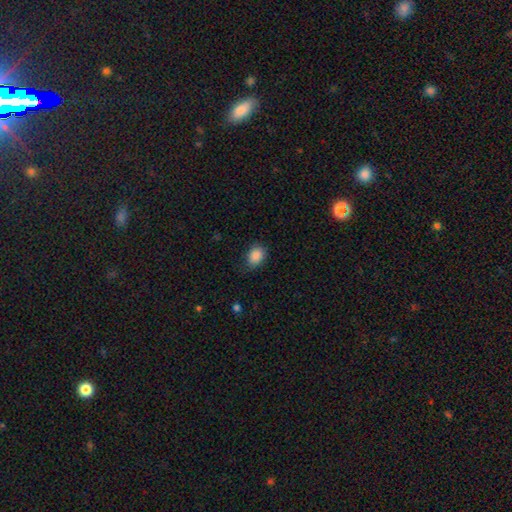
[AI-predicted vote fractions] This is clearly a smooth galaxy (88%). How rounded: likely in between (65%). Merging: likely none (72%).